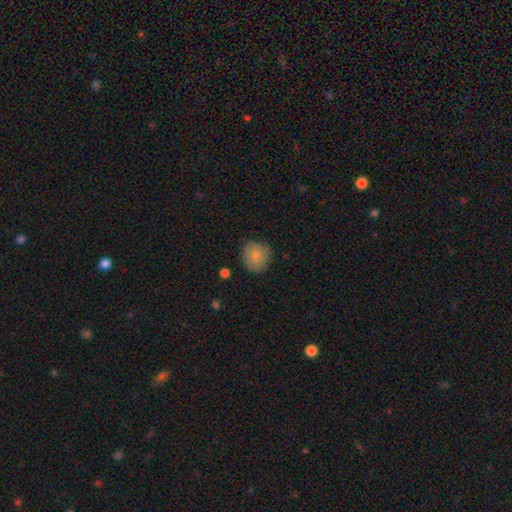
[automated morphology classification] Q: Smooth or featured?
A: smooth (81%); runner-up: featured or disk (11%)
Q: How rounded?
A: round (88%); runner-up: in between (11%)
Q: Merging?
A: none (78%); runner-up: minor disturbance (17%)